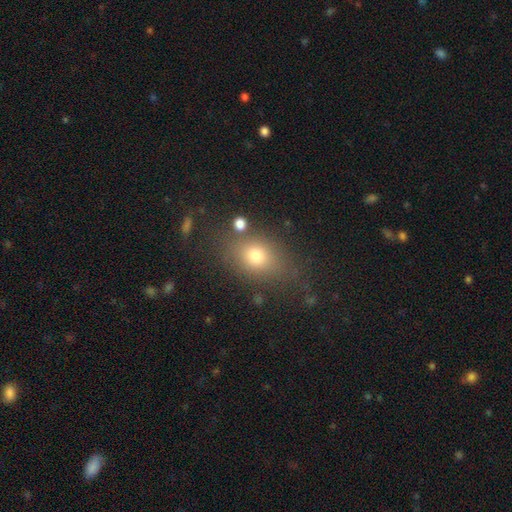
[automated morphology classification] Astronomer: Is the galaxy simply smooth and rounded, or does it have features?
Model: smooth — 74%.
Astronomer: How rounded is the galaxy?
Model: in between — 64%.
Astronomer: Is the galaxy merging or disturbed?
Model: none — 68%.